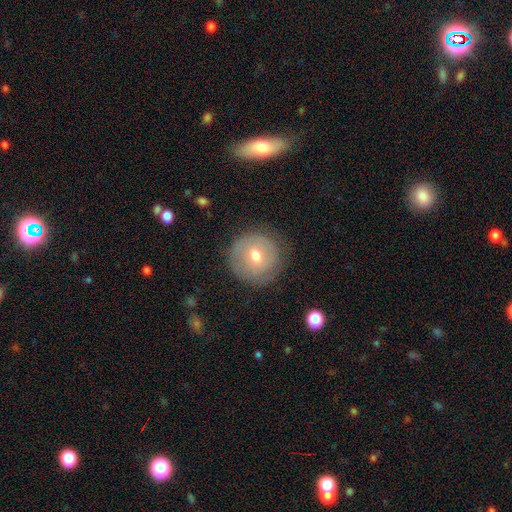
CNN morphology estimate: Smooth or featured? Predicted: smooth (p=0.55). How rounded? Predicted: round (p=0.94). Merging? Predicted: none (p=0.82).